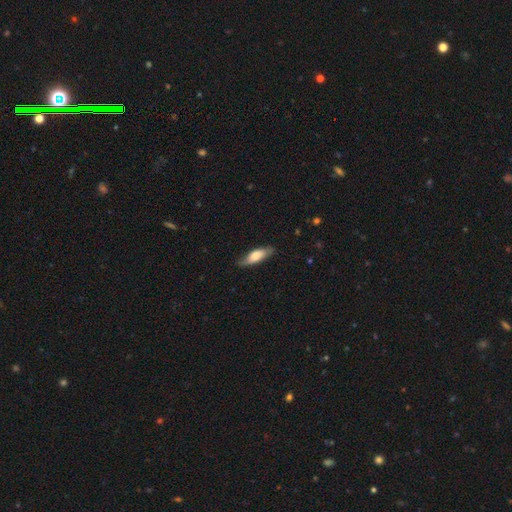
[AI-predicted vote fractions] smooth-or-featured: smooth: 65% | featured or disk: 29% | star or artifact: 6%
  how-rounded: in between: 57% | cigar-shaped: 41% | round: 2%
  merging: none: 78% | minor disturbance: 18% | major disturbance: 3% | merger: 1%